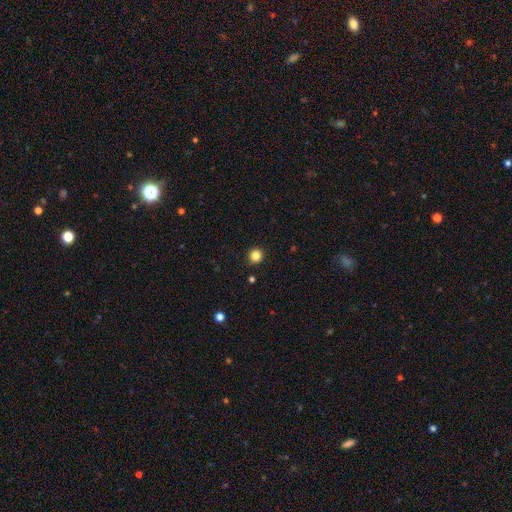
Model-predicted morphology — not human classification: The model was most divided on "smooth or featured": smooth: 84%, star or artifact: 12%, featured or disk: 4%. More confident: how rounded — round (94%); merging — none (91%).